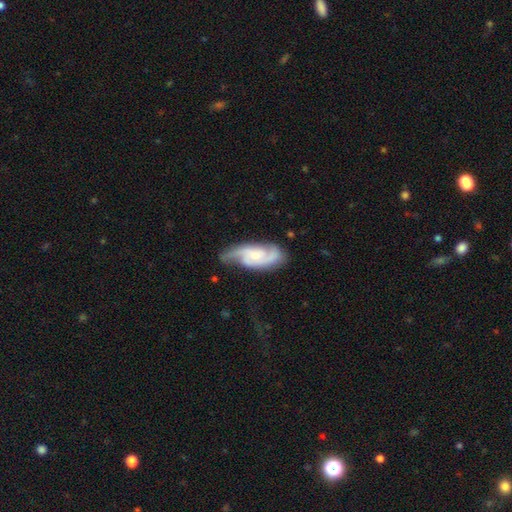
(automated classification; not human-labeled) featured or disk 83%, smooth 12%, star or artifact 5%. Down the decision tree: edge-on disk — no (94%); bar — no (59%); spiral arms — yes (96%); spiral arm count — 2 (71%); spiral winding — medium (49%); bulge size — small (53%); merging — none (61%).